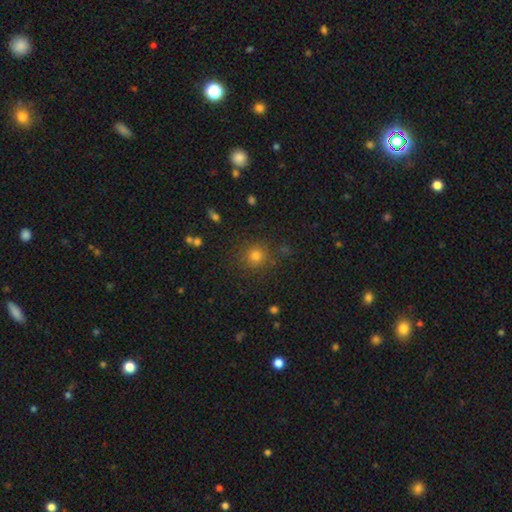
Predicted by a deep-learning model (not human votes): Overall: smooth (75%). How rounded: round (92%). Merging: none (86%).